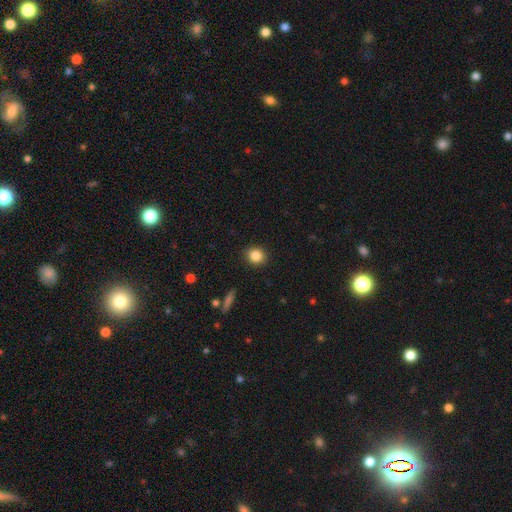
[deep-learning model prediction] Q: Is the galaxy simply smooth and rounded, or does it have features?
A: smooth — 85%.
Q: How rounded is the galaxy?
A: round — 84%.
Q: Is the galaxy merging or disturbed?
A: none — 91%.